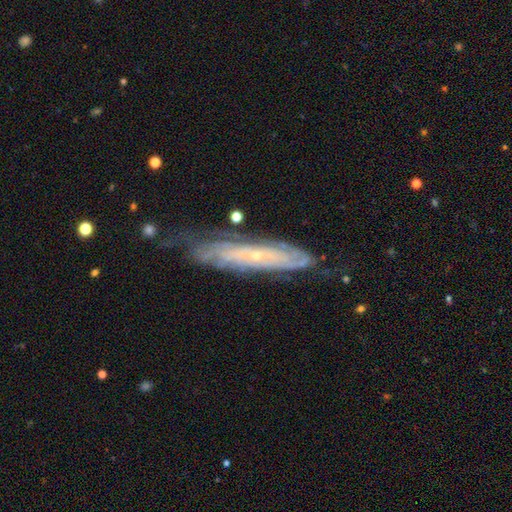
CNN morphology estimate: Smooth or featured: featured or disk — 76% (smooth — 16%)
Edge-on disk: no — 67% (yes — 33%)
Bar: no — 73% (weak — 20%)
Spiral arms: yes — 87% (no — 13%)
Bulge size: small — 82% (moderate — 14%)
Merging: none — 66% (minor disturbance — 24%)